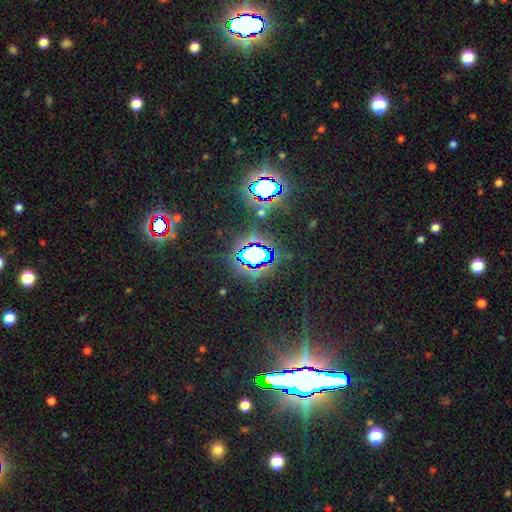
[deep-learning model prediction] Smooth or featured? star or artifact (77%)